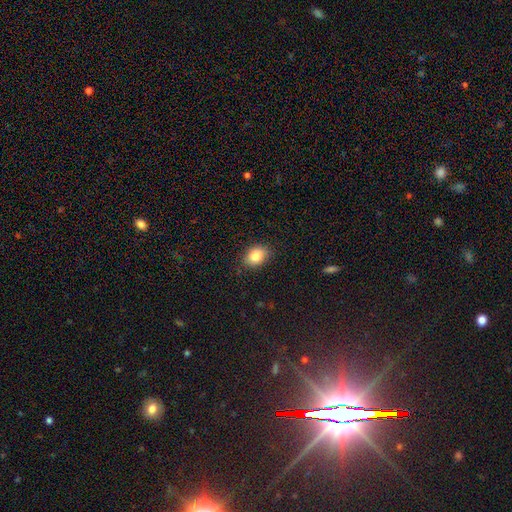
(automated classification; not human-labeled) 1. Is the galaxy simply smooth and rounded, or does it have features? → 84% smooth, 9% star or artifact, 7% featured or disk.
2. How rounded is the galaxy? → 66% in between, 33% round, 1% cigar-shaped.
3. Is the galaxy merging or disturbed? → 86% none, 11% minor disturbance, 3% major disturbance, 1% merger.